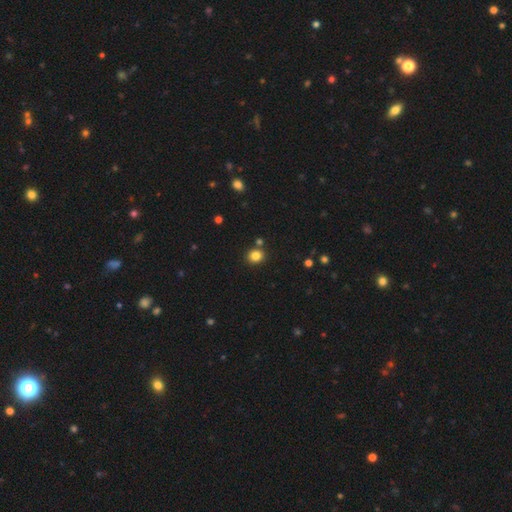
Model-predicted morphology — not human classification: Smooth or featured? Predicted: smooth (p=0.83). How rounded? Predicted: round (p=0.79). Merging? Predicted: none (p=0.83).